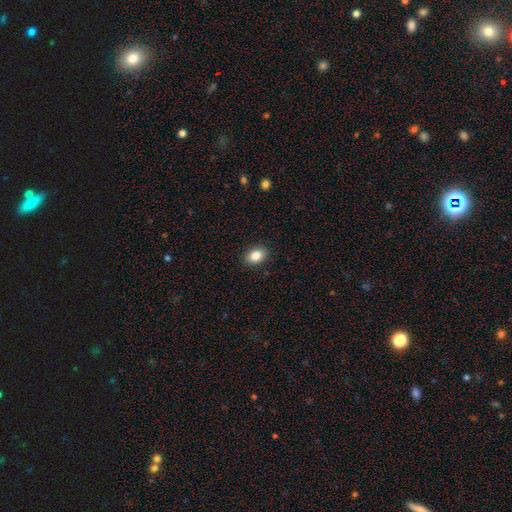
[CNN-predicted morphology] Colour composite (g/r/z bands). It shows a smooth galaxy with no disk features (86%) that is in between round and cigar-shaped (78%). Merging: none (90%).